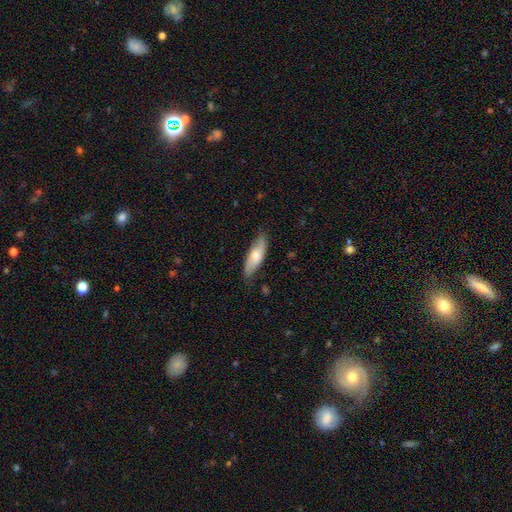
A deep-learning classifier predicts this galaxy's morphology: The model was most divided on "how rounded": in between: 57%, cigar-shaped: 41%, round: 2%. More confident: merging — none (78%); smooth or featured — smooth (59%).